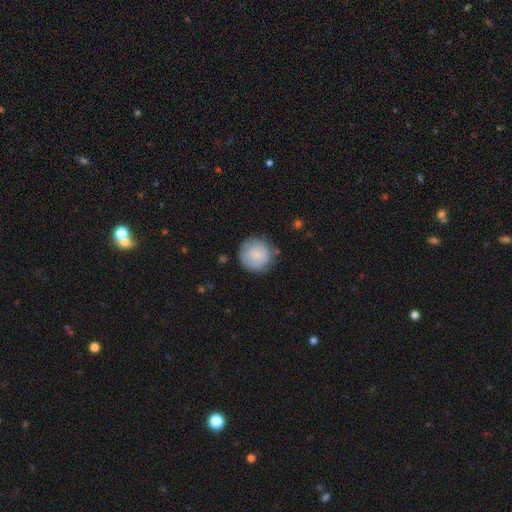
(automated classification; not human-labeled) Smooth or featured? Predicted: smooth (p=0.78). How rounded? Predicted: round (p=0.94). Merging? Predicted: none (p=0.80).